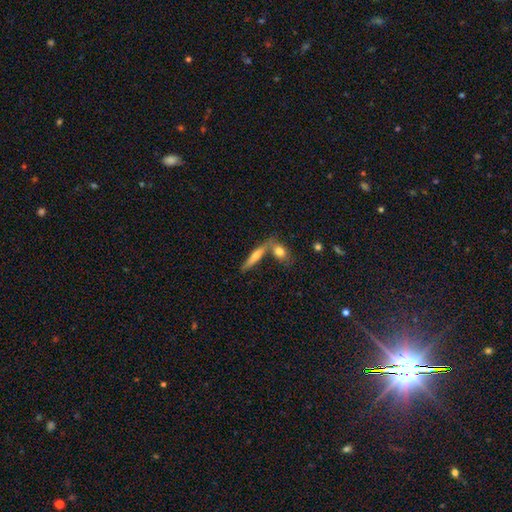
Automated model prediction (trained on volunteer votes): Morphology: type=smooth (58%); roundness=cigar-shaped (78%); merging=none (57%).